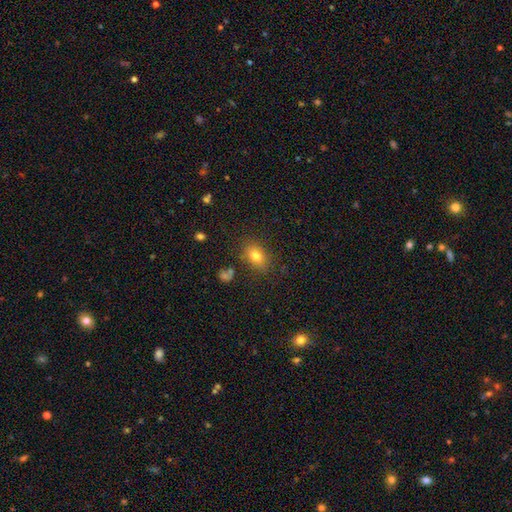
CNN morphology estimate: smooth_or_featured: smooth (p=0.78) [alt: star or artifact p=0.12]
how_rounded: in between (p=0.74) [alt: round p=0.24]
merging: none (p=0.80) [alt: minor disturbance p=0.13]